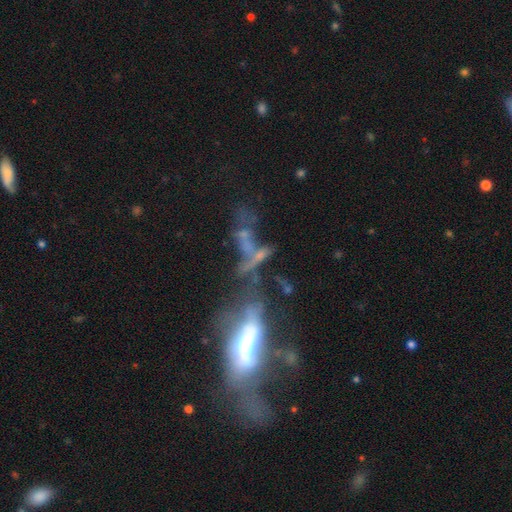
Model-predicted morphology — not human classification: A featured or disk galaxy (37%, tied with smooth).

Vote fractions:
- Smooth or featured? featured or disk: 37% (tied) / smooth: 37% (tied) / star or artifact: 26%
- Merging? merger: 54% / none: 19% / major disturbance: 18% / minor disturbance: 9%